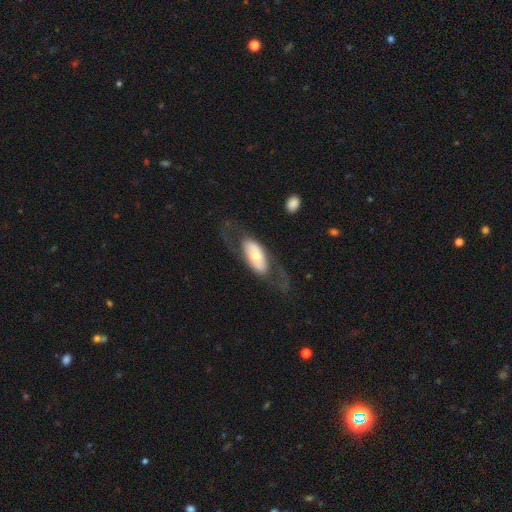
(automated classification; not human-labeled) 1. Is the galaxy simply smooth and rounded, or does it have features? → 56% featured or disk, 39% smooth, 5% star or artifact.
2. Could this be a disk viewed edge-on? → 81% no, 19% yes.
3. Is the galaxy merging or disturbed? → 62% none, 20% major disturbance, 15% minor disturbance, 2% merger.